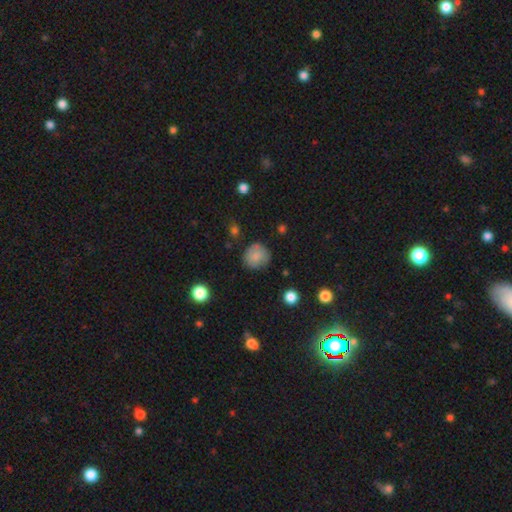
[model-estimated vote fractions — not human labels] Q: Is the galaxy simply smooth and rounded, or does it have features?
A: smooth — 81%.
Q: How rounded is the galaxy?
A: round — 87%.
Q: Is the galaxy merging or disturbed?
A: none — 74%.